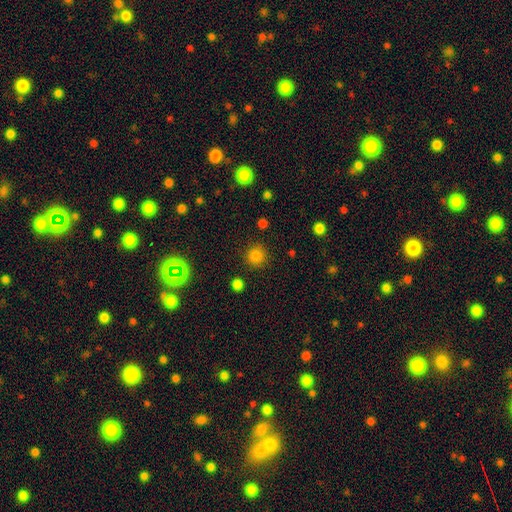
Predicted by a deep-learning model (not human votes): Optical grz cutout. It shows a smooth galaxy with no disk features (81%) that is round (93%). Merging: none (88%).